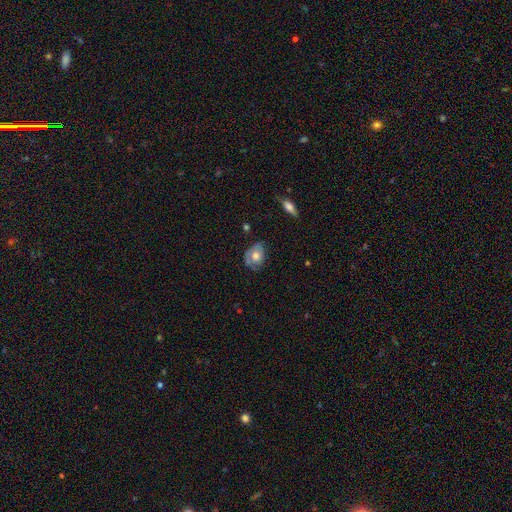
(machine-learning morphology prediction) A smooth galaxy with no disk features (48%). Merging: none (52%).